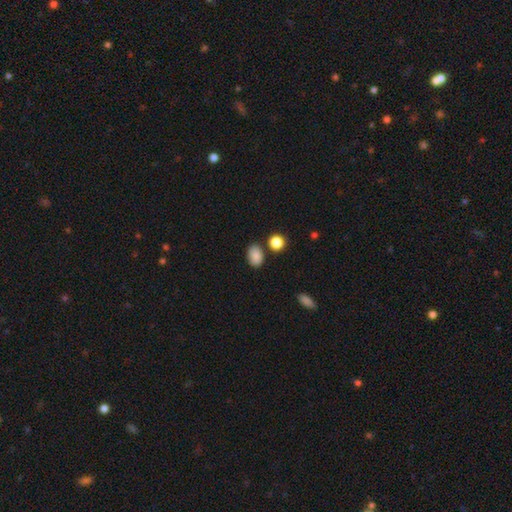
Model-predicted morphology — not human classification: This appears to be a smooth galaxy with no disk features (86%) that is in between round and cigar-shaped (84%). Merging: none (79%).